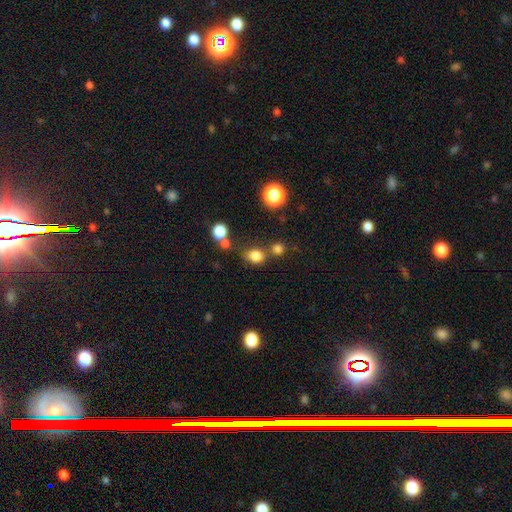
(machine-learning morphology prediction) Smooth or featured? Predicted: smooth (p=0.78). How rounded? Predicted: round (p=0.62). Merging? Predicted: none (p=0.59).